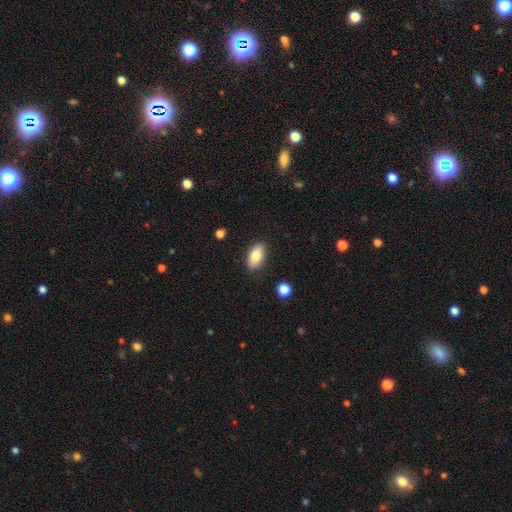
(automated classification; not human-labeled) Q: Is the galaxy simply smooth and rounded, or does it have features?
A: smooth — 83%.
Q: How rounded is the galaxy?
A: in between — 91%.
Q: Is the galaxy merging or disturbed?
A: none — 87%.